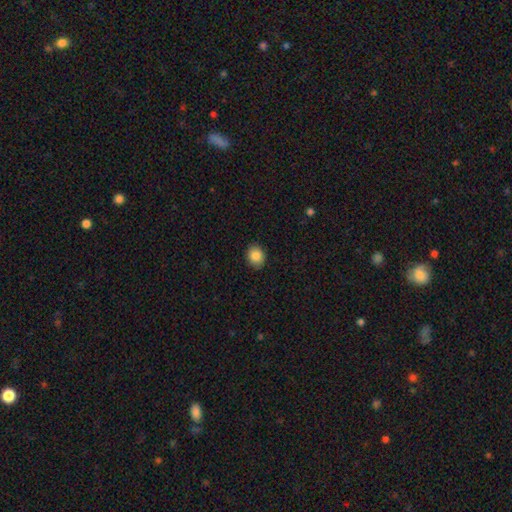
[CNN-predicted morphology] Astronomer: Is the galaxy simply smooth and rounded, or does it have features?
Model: smooth — 86%.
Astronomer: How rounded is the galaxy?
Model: round — 62% (runner-up: in between, 38%).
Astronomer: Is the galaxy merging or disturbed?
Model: none — 89%.